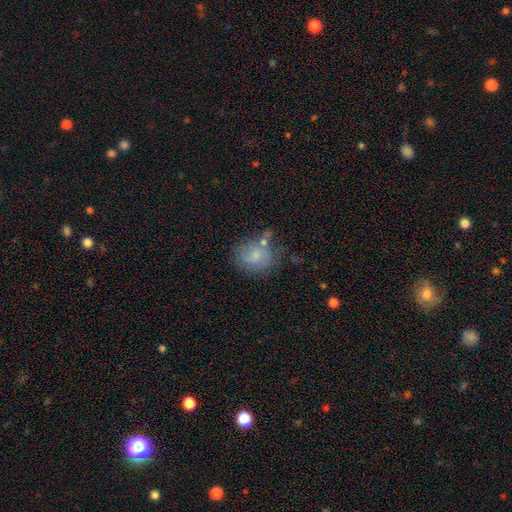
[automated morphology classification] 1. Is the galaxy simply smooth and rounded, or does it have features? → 67% smooth, 24% featured or disk, 9% star or artifact.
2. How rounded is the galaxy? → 66% round, 32% in between, 1% cigar-shaped.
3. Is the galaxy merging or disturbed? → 49% none, 25% minor disturbance, 14% merger, 13% major disturbance.